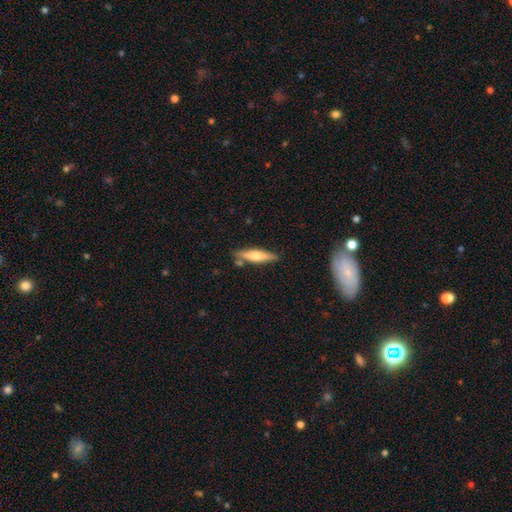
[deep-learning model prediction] A smooth galaxy with no disk features (56%) that is cigar-shaped (76%).

Vote fractions:
- Smooth or featured? smooth: 56% / featured or disk: 38% / star or artifact: 6%
- How rounded? cigar-shaped: 76% / in between: 22% / round: 2%
- Merging? none: 78% / minor disturbance: 13% / merger: 6% / major disturbance: 3%